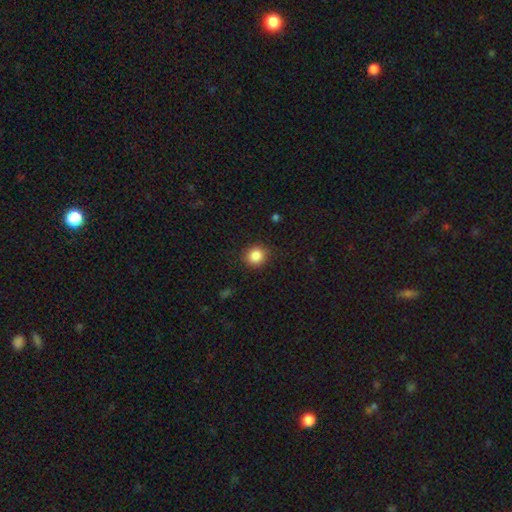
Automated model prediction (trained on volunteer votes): smooth 85%, star or artifact 10%, featured or disk 4%. Down the decision tree: how rounded — round (86%); merging — none (87%).